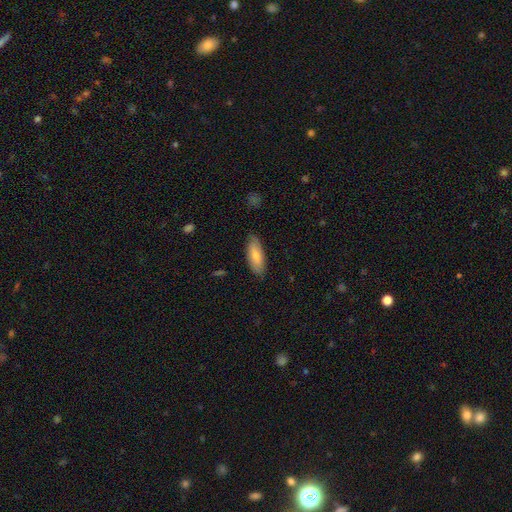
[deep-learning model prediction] A smooth galaxy with no disk features (78%) that is in between round and cigar-shaped (74%). Merging: none (83%).